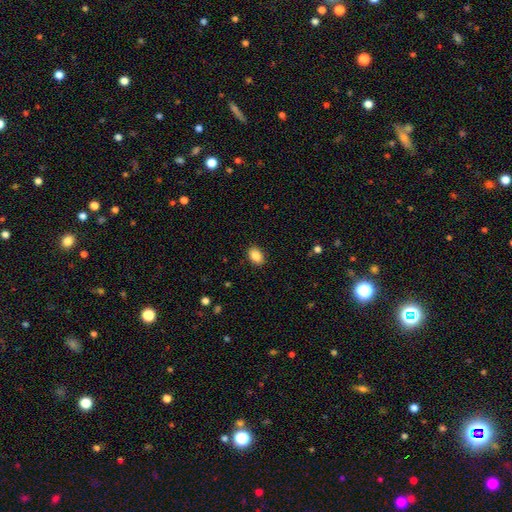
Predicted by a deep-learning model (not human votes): smooth 89%, star or artifact 8%, featured or disk 3%. Down the decision tree: how rounded — in between (83%); merging — none (89%).